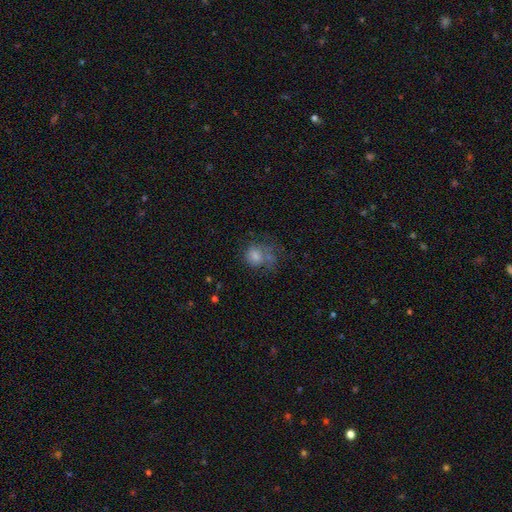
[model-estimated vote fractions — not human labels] Smooth or featured: smooth — 53% (featured or disk — 29%)
How rounded: round — 61% (in between — 37%)
Merging: none — 41% (major disturbance — 32%)